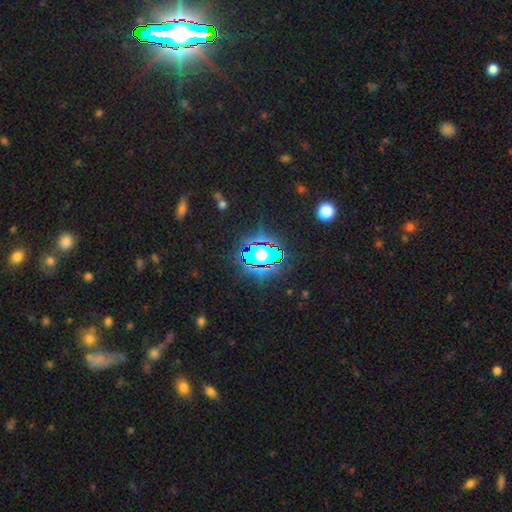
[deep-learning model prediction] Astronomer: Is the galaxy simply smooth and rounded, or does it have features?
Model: star or artifact — 75%.